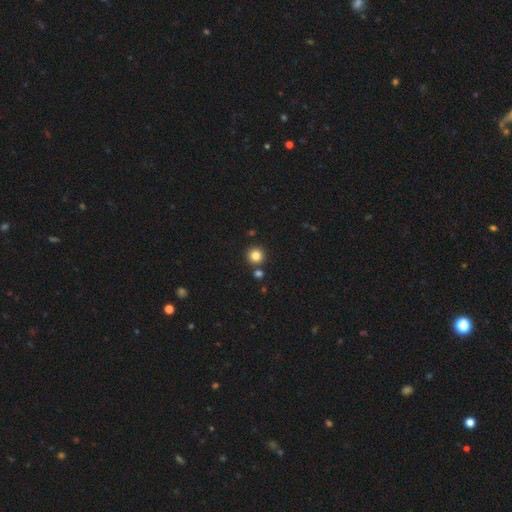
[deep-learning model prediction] The model was most divided on "smooth or featured": smooth: 84%, star or artifact: 11%, featured or disk: 5%. More confident: how rounded — round (95%); merging — none (85%).